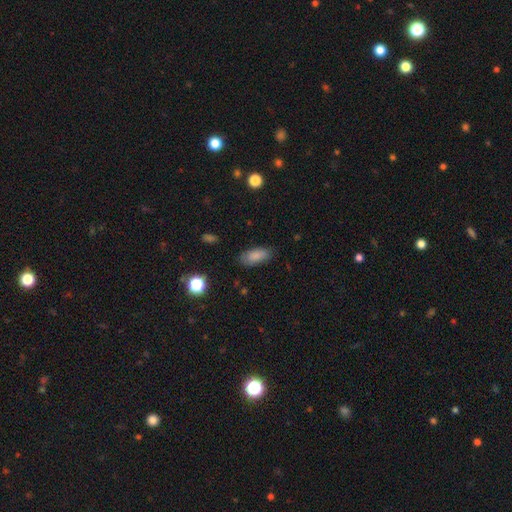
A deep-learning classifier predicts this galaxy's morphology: smooth-or-featured: smooth: 85% | star or artifact: 9% | featured or disk: 6%
  how-rounded: in between: 84% | cigar-shaped: 13% | round: 3%
  merging: none: 81% | minor disturbance: 14% | major disturbance: 3% | merger: 1%